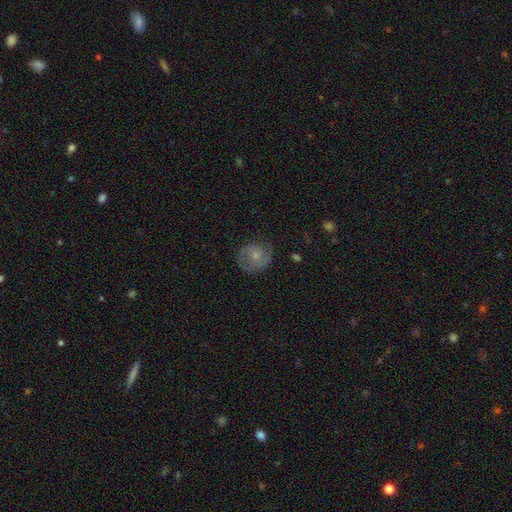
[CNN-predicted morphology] Overall: featured or disk (49%; smooth 43%). Merging: none (69%).